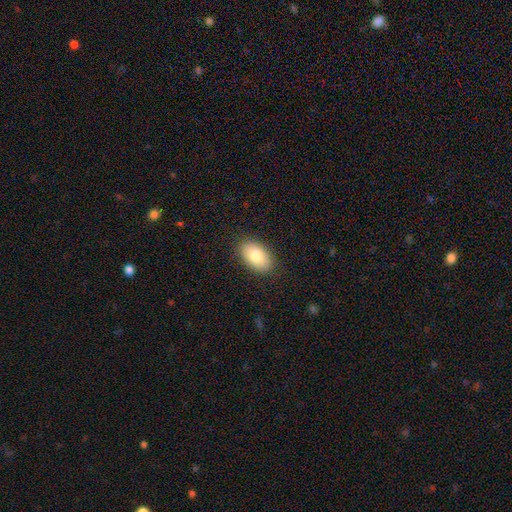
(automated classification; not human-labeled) A smooth galaxy with no disk features (82%) that is in between round and cigar-shaped (93%).

Vote fractions:
- Smooth or featured? smooth: 82% / featured or disk: 11% / star or artifact: 7%
- How rounded? in between: 93% / round: 6% / cigar-shaped: 1%
- Merging? none: 86% / minor disturbance: 11% / major disturbance: 2% / merger: 1%